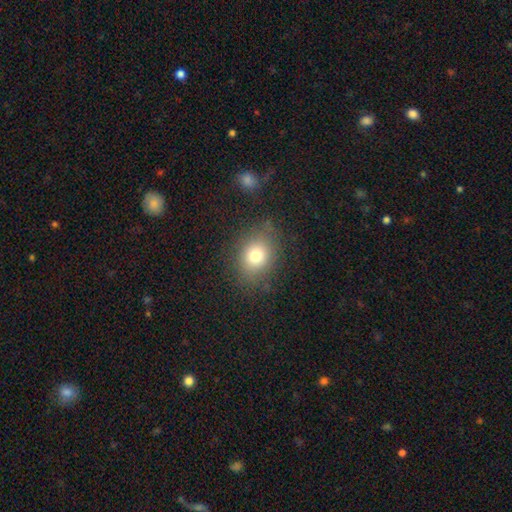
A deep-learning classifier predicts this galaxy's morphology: smooth-or-featured: smooth: 76% | star or artifact: 13% | featured or disk: 11%
  how-rounded: round: 50% | in between: 49% | cigar-shaped: 1%
  merging: none: 80% | minor disturbance: 13% | major disturbance: 5% | merger: 2%